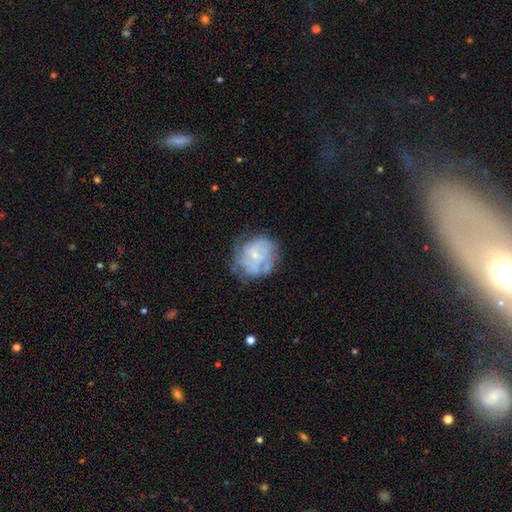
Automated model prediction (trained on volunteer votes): Smooth or featured? Predicted: featured or disk (p=0.65). Edge-on disk? Predicted: no (p=0.98). Bar? Predicted: no (p=0.77). Spiral arms? Predicted: yes (p=0.65). Bulge size? Predicted: small (p=0.73). Merging? Predicted: none (p=0.55).